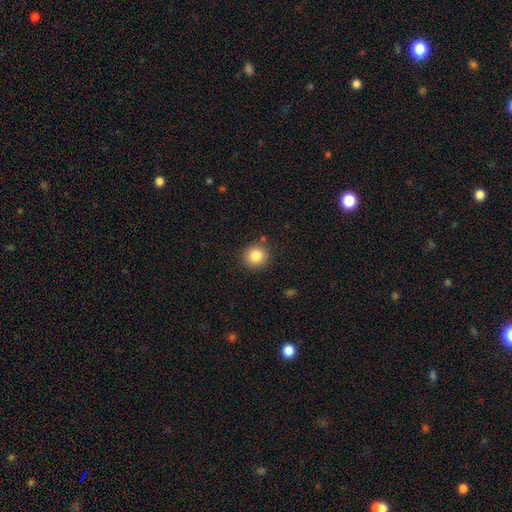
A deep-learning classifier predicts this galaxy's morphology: Overall: smooth (84%). How rounded: round (91%). Merging: none (88%).